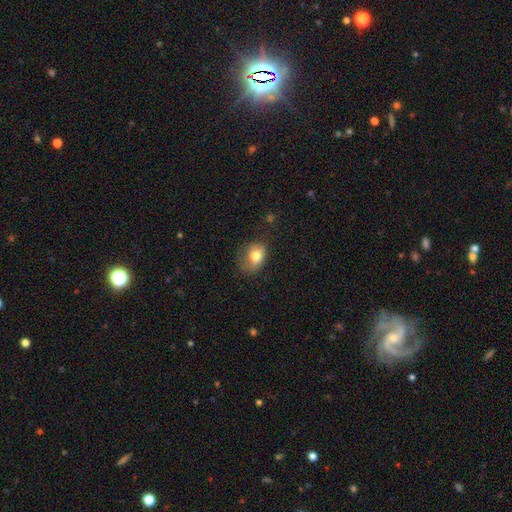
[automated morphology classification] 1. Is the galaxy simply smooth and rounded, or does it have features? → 77% smooth, 14% featured or disk, 9% star or artifact.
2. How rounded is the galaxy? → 59% in between, 40% round, 1% cigar-shaped.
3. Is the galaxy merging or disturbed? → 46% none, 34% minor disturbance, 18% major disturbance, 2% merger.